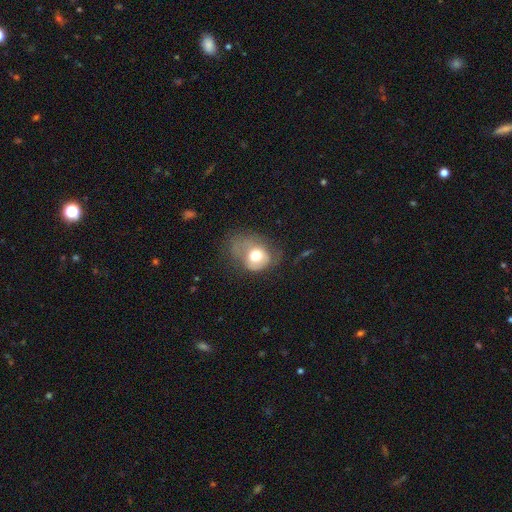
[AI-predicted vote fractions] Smooth or featured? smooth (63%)
How rounded? round (54%)
Merging? major disturbance (45%)